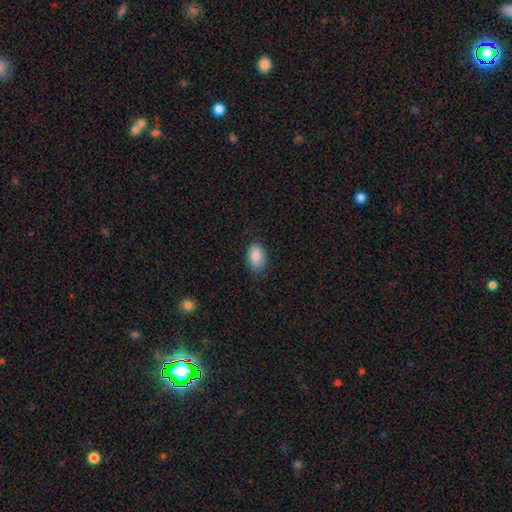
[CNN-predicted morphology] smooth_or_featured: smooth (p=0.86) [alt: featured or disk p=0.07]
how_rounded: in between (p=0.90) [alt: round p=0.09]
merging: none (p=0.75) [alt: minor disturbance p=0.20]